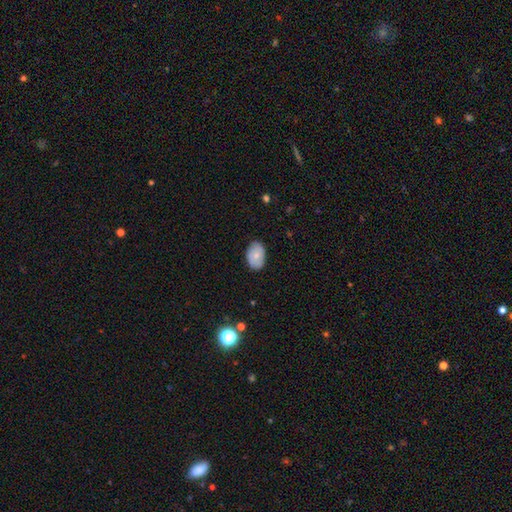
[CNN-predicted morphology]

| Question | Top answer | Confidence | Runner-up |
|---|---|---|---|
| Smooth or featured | smooth | 71% | featured or disk (22%) |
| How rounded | in between | 87% | round (12%) |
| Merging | none | 82% | minor disturbance (14%) |